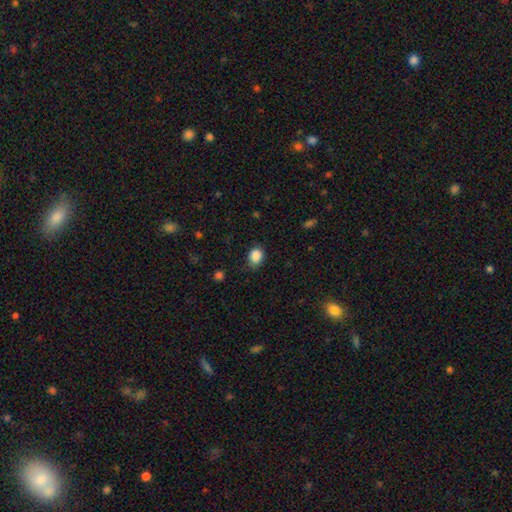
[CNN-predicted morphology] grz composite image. It shows a smooth galaxy with no disk features (87%) that is in between round and cigar-shaped (56%). Merging: none (71%).